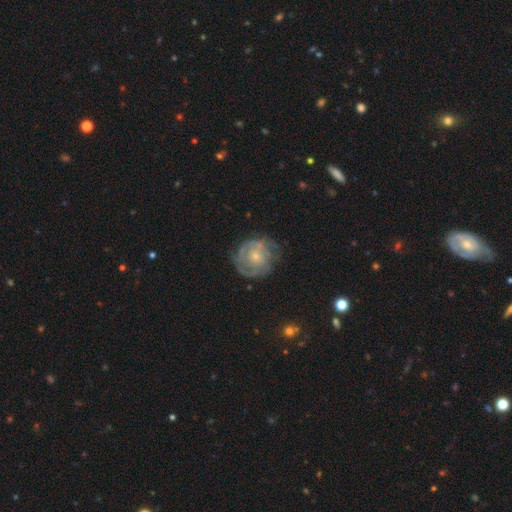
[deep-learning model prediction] featured or disk 74%, smooth 20%, star or artifact 6%. Down the decision tree: edge-on disk — no (98%); bar — no (79%); spiral arms — yes (82%); spiral arm count — can't tell (44%); spiral winding — tight (65%); bulge size — small (72%); merging — none (65%).